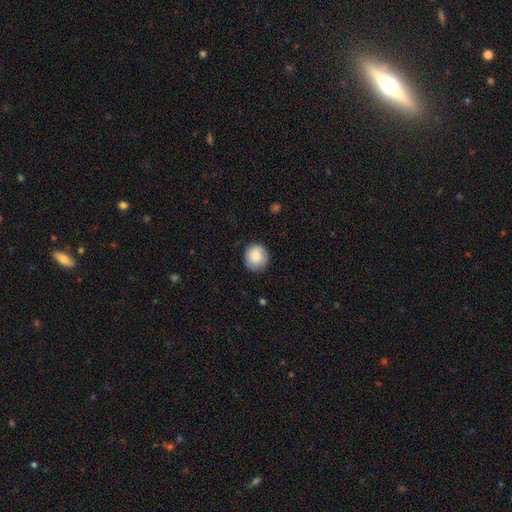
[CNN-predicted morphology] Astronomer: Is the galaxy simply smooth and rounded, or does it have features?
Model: smooth — 85%.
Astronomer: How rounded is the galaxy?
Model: round — 86%.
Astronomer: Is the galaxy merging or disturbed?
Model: none — 83%.